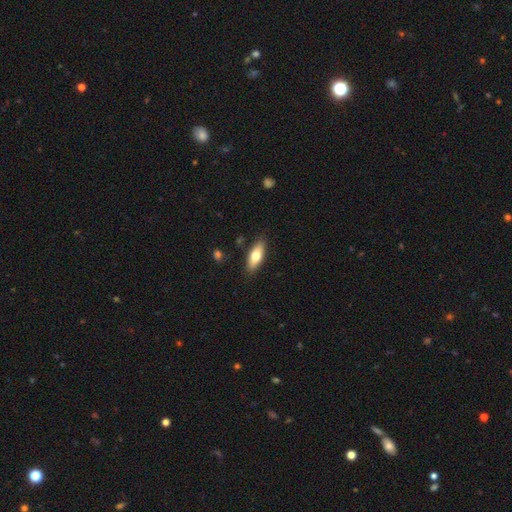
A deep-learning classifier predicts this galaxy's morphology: A smooth galaxy with no disk features (69%) that is in between round and cigar-shaped (67%).

Vote fractions:
- Smooth or featured? smooth: 69% / featured or disk: 25% / star or artifact: 6%
- How rounded? in between: 67% / cigar-shaped: 31% / round: 3%
- Merging? none: 86% / minor disturbance: 10% / major disturbance: 2% / merger: 2%